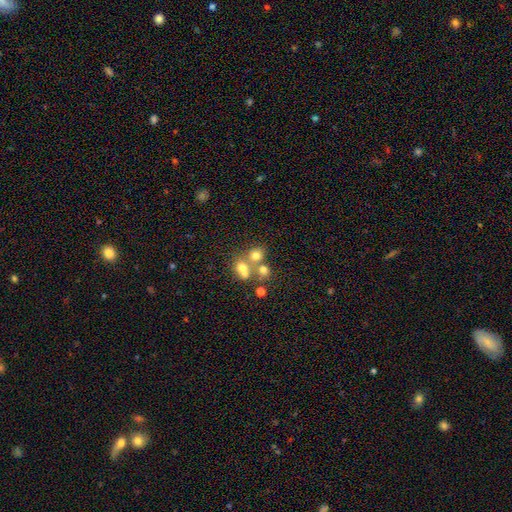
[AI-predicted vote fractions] Q: Smooth or featured?
A: smooth (66%); runner-up: star or artifact (17%)
Q: How rounded?
A: round (76%); runner-up: in between (23%)
Q: Merging?
A: none (45%); runner-up: merger (42%)